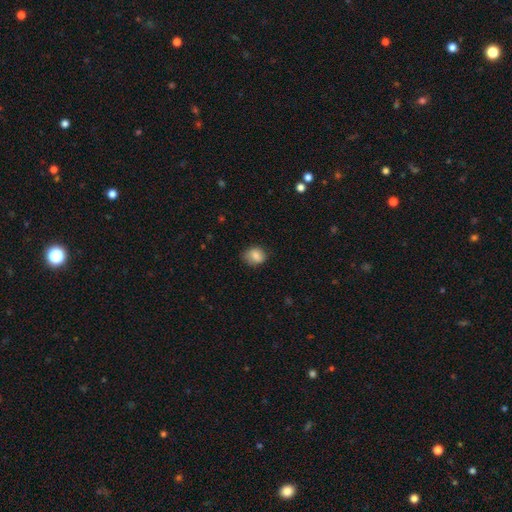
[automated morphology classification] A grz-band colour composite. It shows a smooth galaxy with no disk features (80%) that is round (56%). Merging: none (72%).